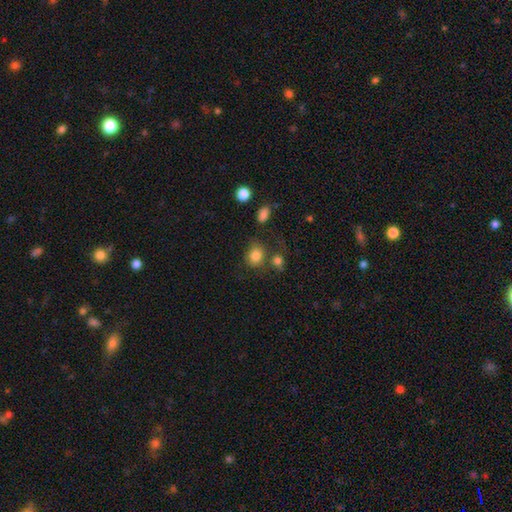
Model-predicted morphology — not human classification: This is clearly a smooth galaxy (82%). How rounded: possibly round (59%). Merging: likely none (62%).